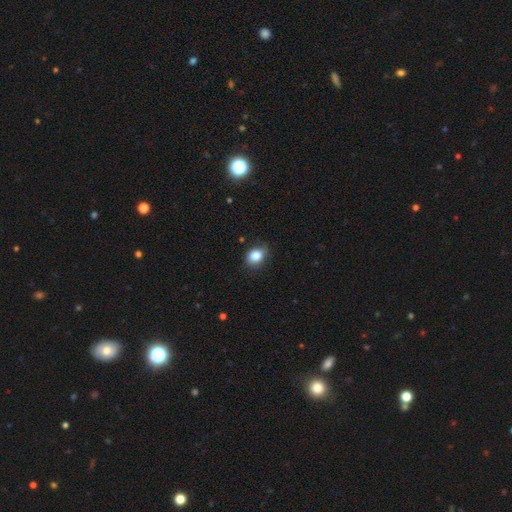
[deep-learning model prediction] smooth 85%, star or artifact 9%, featured or disk 6%. Down the decision tree: how rounded — in between (64%); merging — none (76%).